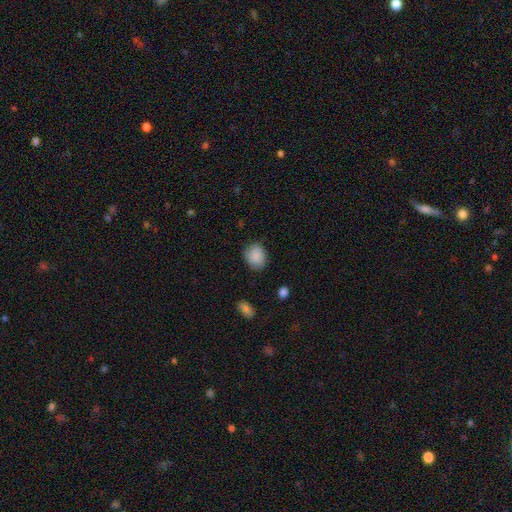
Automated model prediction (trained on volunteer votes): Smooth or featured?
  - smooth: 88% *
  - star or artifact: 7%
  - featured or disk: 4%
How rounded?
  - round: 53% *
  - in between: 46%
  - cigar-shaped: 1%
Merging?
  - none: 79% *
  - minor disturbance: 16%
  - major disturbance: 4%
  - merger: 1%